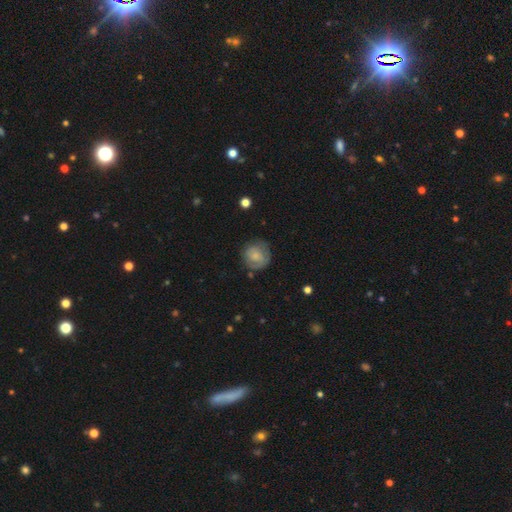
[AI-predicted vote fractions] Smooth or featured? Predicted: smooth (p=0.55). How rounded? Predicted: round (p=0.86). Merging? Predicted: none (p=0.66).